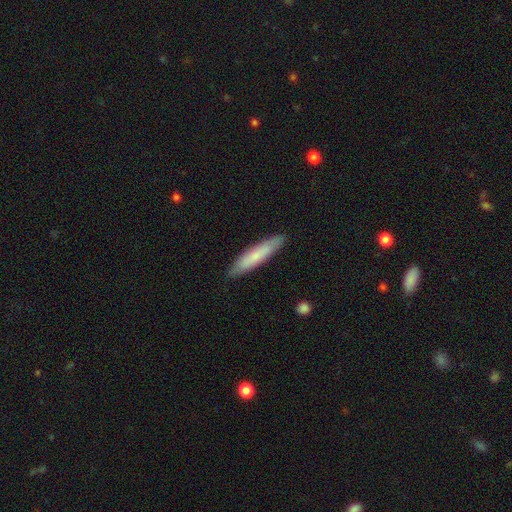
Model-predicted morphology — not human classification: Smooth or featured: smooth — 68% (featured or disk — 26%)
How rounded: cigar-shaped — 83% (in between — 15%)
Merging: none — 87% (minor disturbance — 10%)